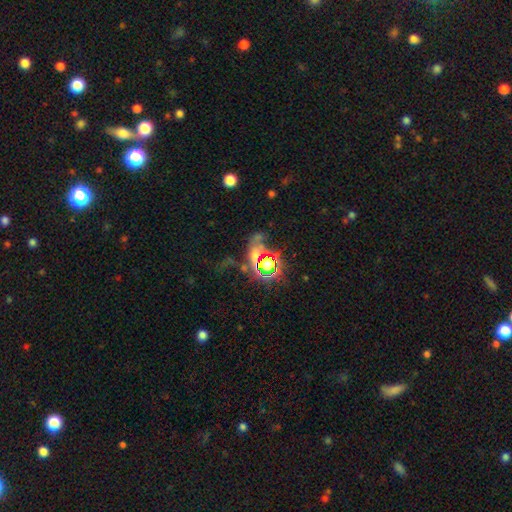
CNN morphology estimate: A star or artifact, not a galaxy (49%).

Vote fractions:
- Smooth or featured? star or artifact: 49% / smooth: 30% / featured or disk: 21%